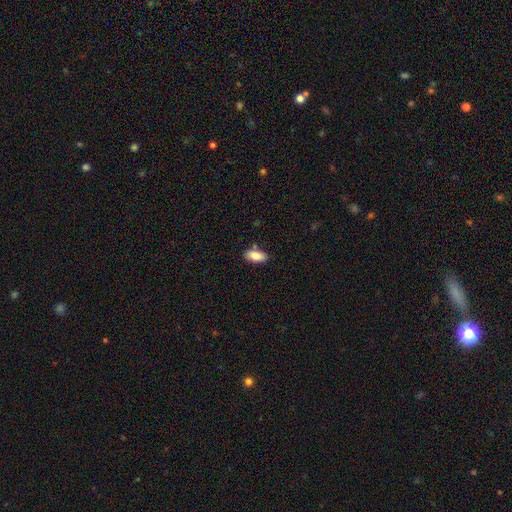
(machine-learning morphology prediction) smooth_or_featured: smooth (p=0.85) [alt: featured or disk p=0.08]
how_rounded: in between (p=0.91) [alt: cigar-shaped p=0.06]
merging: none (p=0.79) [alt: minor disturbance p=0.14]